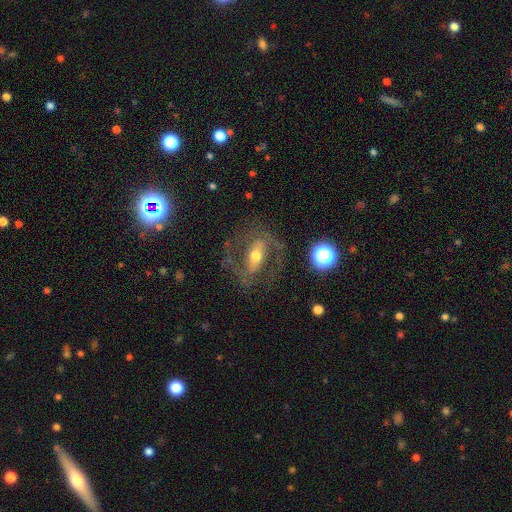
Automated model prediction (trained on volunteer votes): This appears to be a featured or disk galaxy (78%) with a strong bar (56%), 2 (85%) medium (51%) spiral arms (76%) and a moderate central bulge (66%). Merging: none (70%).